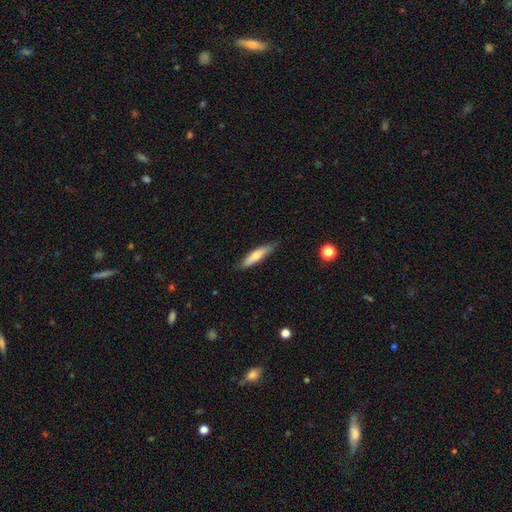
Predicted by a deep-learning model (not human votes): smooth 65%, featured or disk 29%, star or artifact 6%. Down the decision tree: how rounded — cigar-shaped (81%); merging — none (82%).